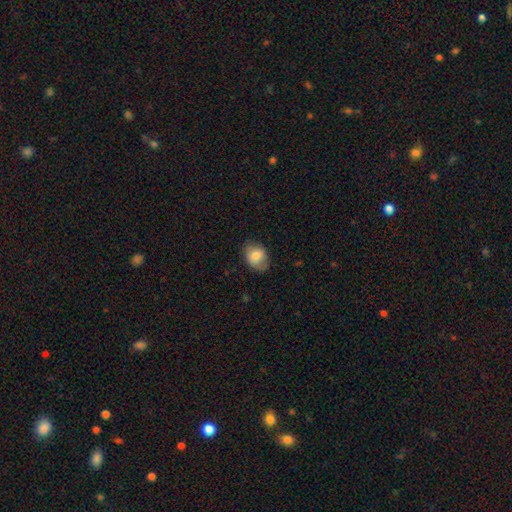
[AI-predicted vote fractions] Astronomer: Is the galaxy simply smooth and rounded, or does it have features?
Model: smooth — 77%.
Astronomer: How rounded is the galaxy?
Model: in between — 66%.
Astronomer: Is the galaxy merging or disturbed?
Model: none — 71%.